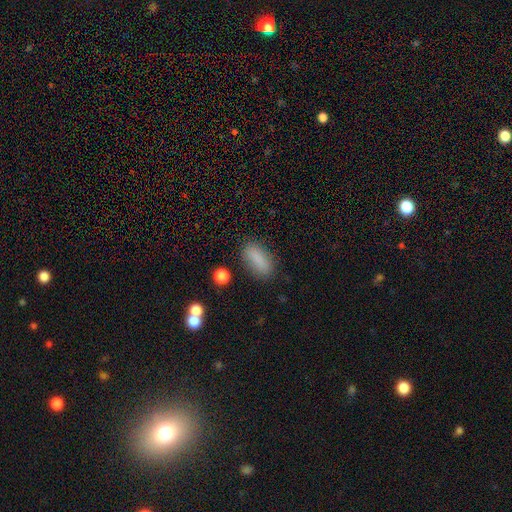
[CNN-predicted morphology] A smooth galaxy with no disk features (84%) that is in between round and cigar-shaped (80%).

Vote fractions:
- Smooth or featured? smooth: 84% / star or artifact: 9% / featured or disk: 7%
- How rounded? in between: 80% / cigar-shaped: 16% / round: 4%
- Merging? none: 82% / minor disturbance: 12% / major disturbance: 4% / merger: 2%